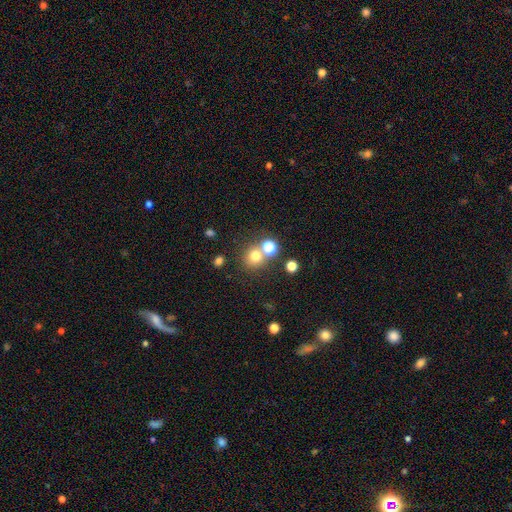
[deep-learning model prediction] This is likely a smooth galaxy (71%). How rounded: clearly round (88%). Merging: likely none (65%).